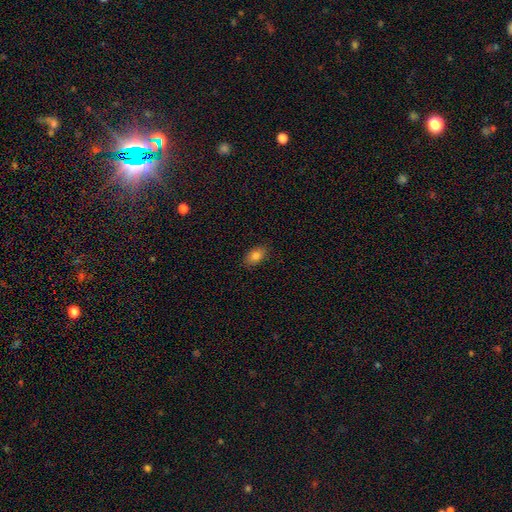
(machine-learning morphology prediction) smooth_or_featured: smooth (p=0.82) [alt: star or artifact p=0.09]
how_rounded: in between (p=0.88) [alt: round p=0.10]
merging: none (p=0.87) [alt: minor disturbance p=0.10]